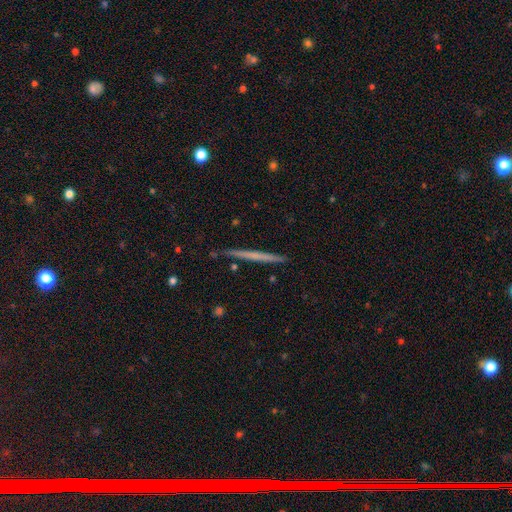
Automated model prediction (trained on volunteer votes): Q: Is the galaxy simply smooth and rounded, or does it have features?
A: featured or disk — 49%.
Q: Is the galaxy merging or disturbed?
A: none — 90%.